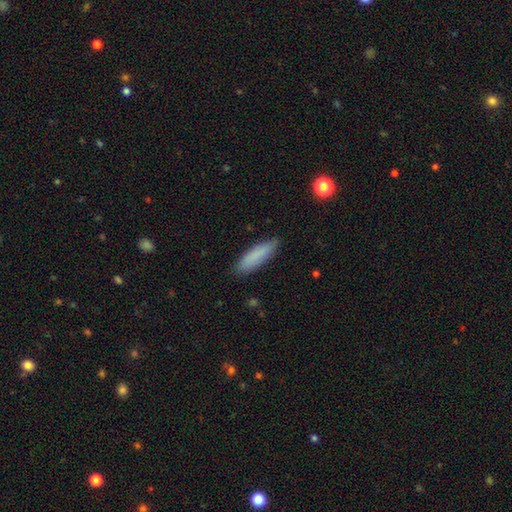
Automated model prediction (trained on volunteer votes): A smooth galaxy with no disk features (85%) that is cigar-shaped (66%). Merging: none (86%).